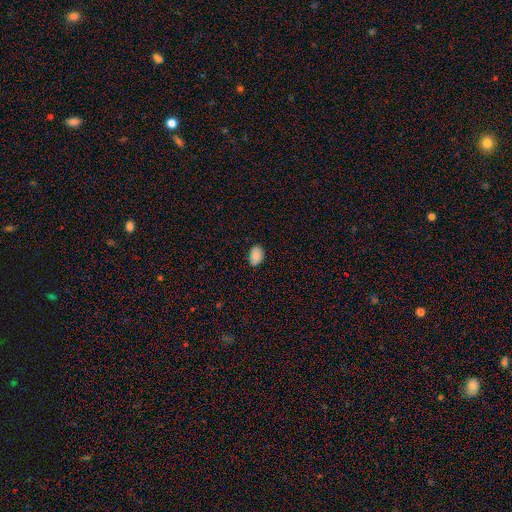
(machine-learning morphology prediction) smooth-or-featured: smooth: 87% | star or artifact: 8% | featured or disk: 5%
  how-rounded: in between: 87% | round: 12% | cigar-shaped: 1%
  merging: none: 82% | minor disturbance: 15% | major disturbance: 2% | merger: 1%